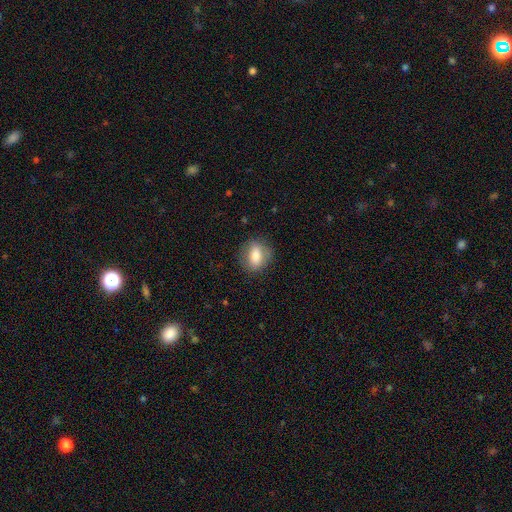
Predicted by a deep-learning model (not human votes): The model was most divided on "how rounded": in between: 59%, round: 38%, cigar-shaped: 3%. More confident: merging — none (82%); smooth or featured — smooth (76%).